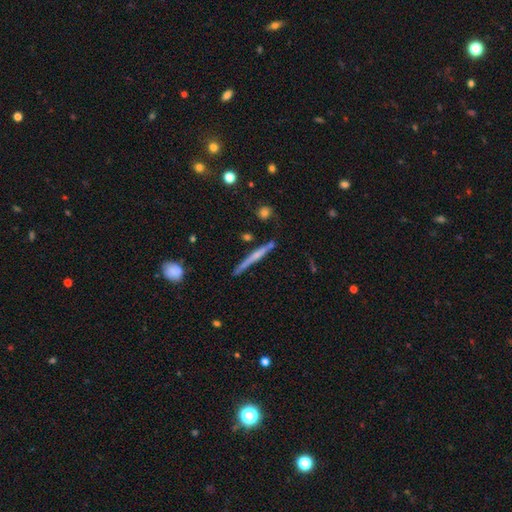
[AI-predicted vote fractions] This is possibly a featured or disk galaxy (59%). It is clearly viewed edge-on (97%). Edge-on bulge: possibly none (52%). Merging: clearly none (80%).